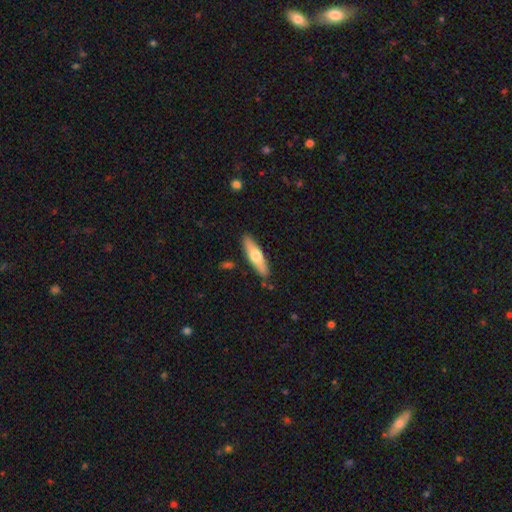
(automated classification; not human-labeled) smooth_or_featured: smooth (p=0.56) [alt: featured or disk p=0.38]
how_rounded: cigar-shaped (p=0.65) [alt: in between p=0.33]
merging: none (p=0.86) [alt: minor disturbance p=0.10]